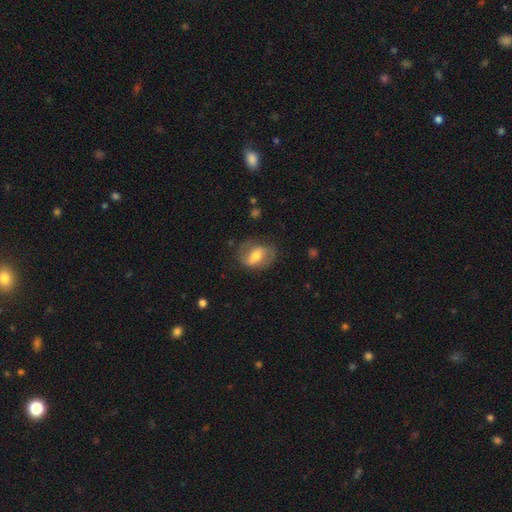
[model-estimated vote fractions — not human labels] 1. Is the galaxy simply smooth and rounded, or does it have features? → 48% featured or disk, 45% smooth, 7% star or artifact.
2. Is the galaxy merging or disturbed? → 70% none, 20% minor disturbance, 9% major disturbance, 2% merger.